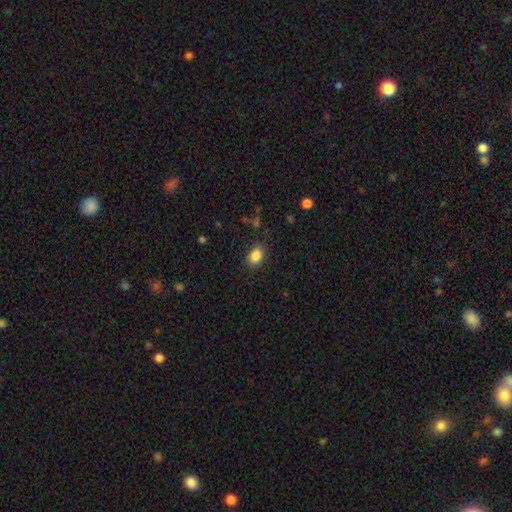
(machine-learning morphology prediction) Q: Smooth or featured?
A: smooth (86%); runner-up: star or artifact (9%)
Q: How rounded?
A: in between (77%); runner-up: round (21%)
Q: Merging?
A: none (84%); runner-up: minor disturbance (11%)